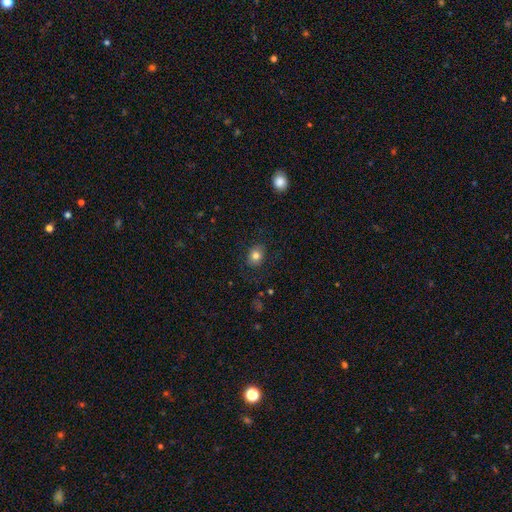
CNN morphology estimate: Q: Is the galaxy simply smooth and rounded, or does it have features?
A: smooth — 81%.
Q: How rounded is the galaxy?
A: round — 53%.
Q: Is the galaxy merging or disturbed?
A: none — 84%.